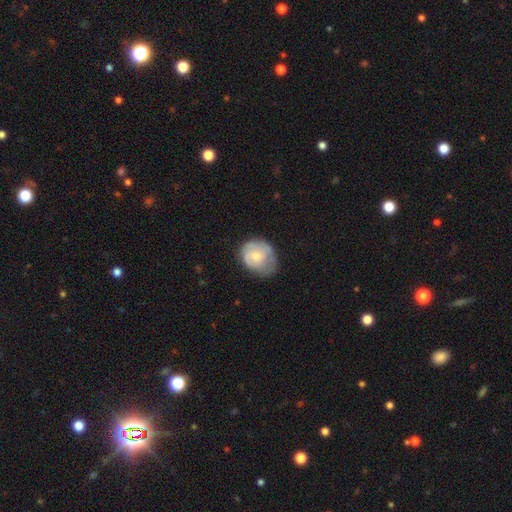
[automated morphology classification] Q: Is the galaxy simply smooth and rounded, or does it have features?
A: smooth — 52%.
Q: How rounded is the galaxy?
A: round — 57%.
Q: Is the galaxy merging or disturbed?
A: none — 47%.